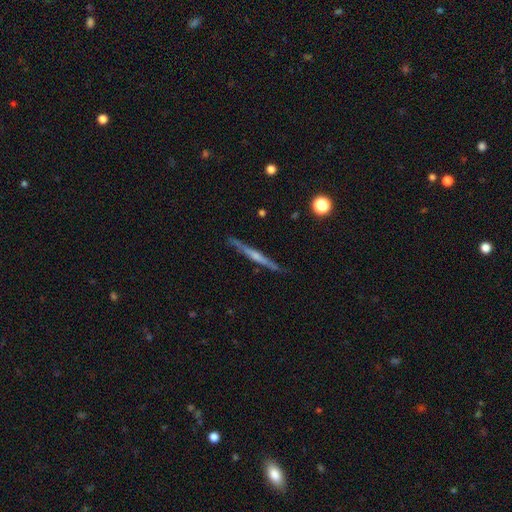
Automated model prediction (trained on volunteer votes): smooth-or-featured: featured or disk: 71% | smooth: 20% | star or artifact: 9%
  disk-edge-on: yes: 97% | no: 3%
    edge-on-bulge: rounded: 71% | none: 21% | boxy: 8%
  merging: none: 89% | minor disturbance: 8% | major disturbance: 2% | merger: 2%